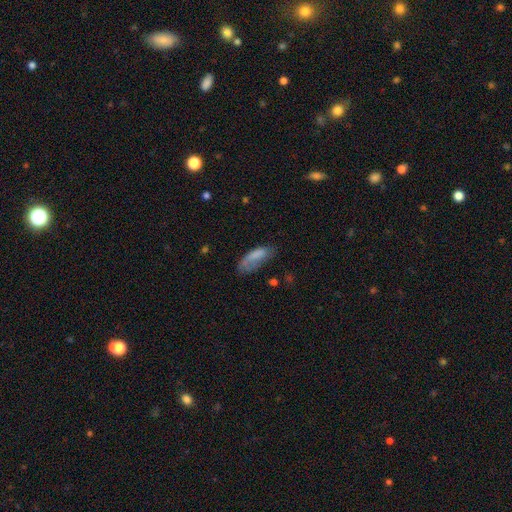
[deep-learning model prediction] Overall: smooth (75%). How rounded: in between (73%). Merging: none (45%; minor disturbance 32%).